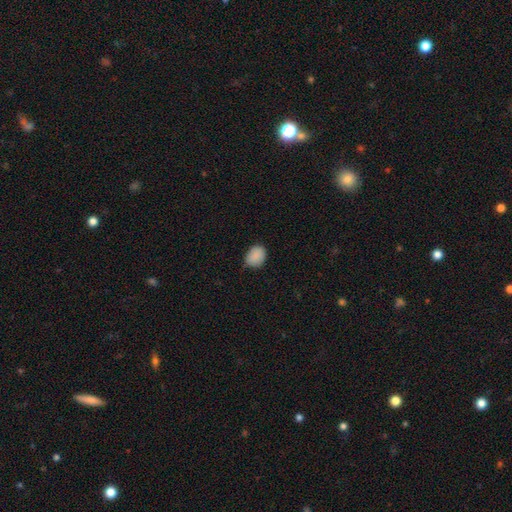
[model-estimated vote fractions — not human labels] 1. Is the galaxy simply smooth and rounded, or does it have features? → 87% smooth, 8% star or artifact, 5% featured or disk.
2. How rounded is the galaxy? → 50% in between, 49% round, 1% cigar-shaped.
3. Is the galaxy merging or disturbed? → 67% none, 28% minor disturbance, 4% major disturbance, 1% merger.